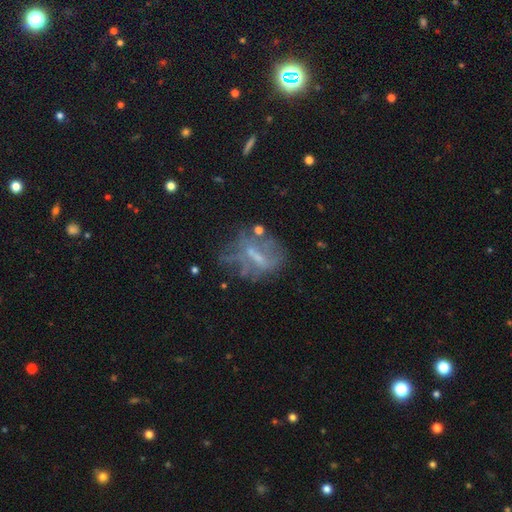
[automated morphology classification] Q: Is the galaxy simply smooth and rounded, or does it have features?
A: featured or disk — 58%.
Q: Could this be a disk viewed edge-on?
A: no — 93%.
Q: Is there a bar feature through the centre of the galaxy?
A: no — 41%.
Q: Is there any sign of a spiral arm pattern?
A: no — 77%.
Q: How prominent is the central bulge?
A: small — 44%.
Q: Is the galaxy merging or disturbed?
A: none — 44%.